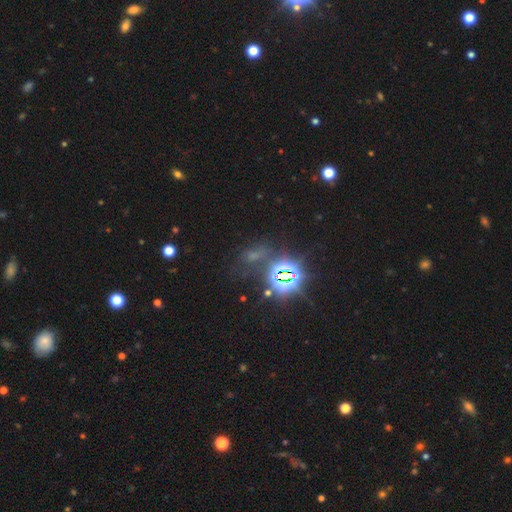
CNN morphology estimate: Q: Smooth or featured?
A: star or artifact (67%); runner-up: smooth (22%)